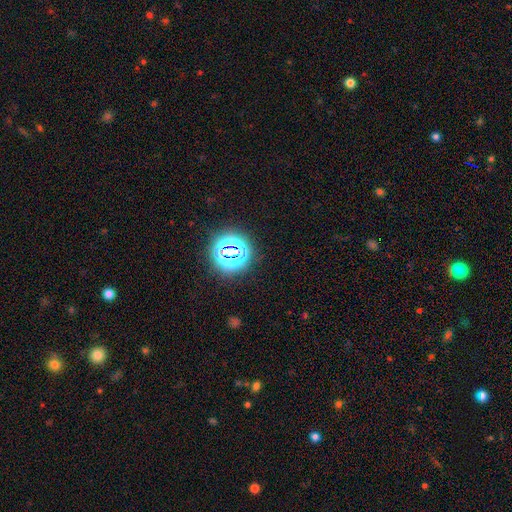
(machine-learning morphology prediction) A star or artifact, not a galaxy (77%).